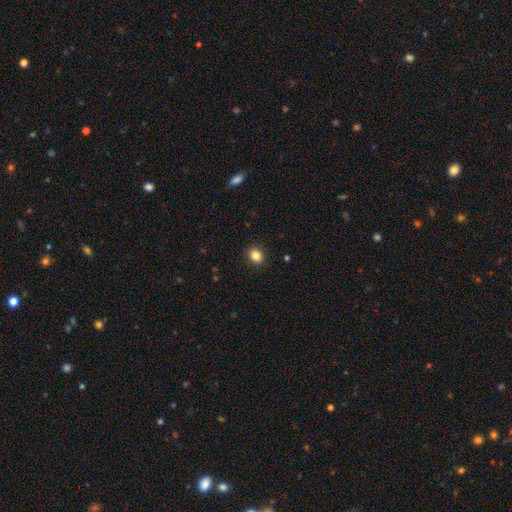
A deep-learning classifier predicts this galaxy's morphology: smooth-or-featured: smooth: 85% | star or artifact: 10% | featured or disk: 5%
  how-rounded: round: 55% | in between: 44% | cigar-shaped: 1%
  merging: none: 90% | minor disturbance: 7% | major disturbance: 2% | merger: 1%